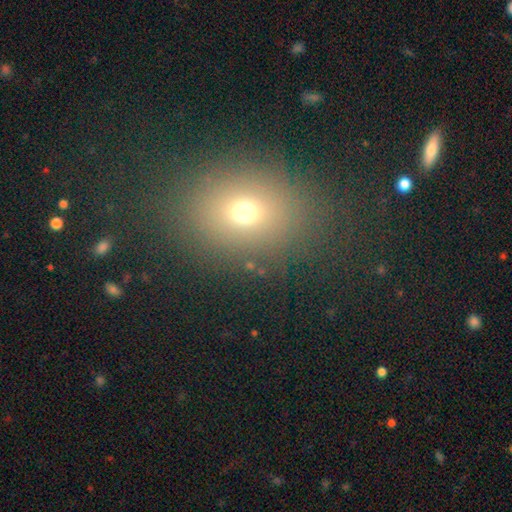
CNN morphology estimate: The model was most divided on "how rounded": in between: 52%, round: 46%, cigar-shaped: 2%. More confident: merging — none (85%); smooth or featured — smooth (63%).